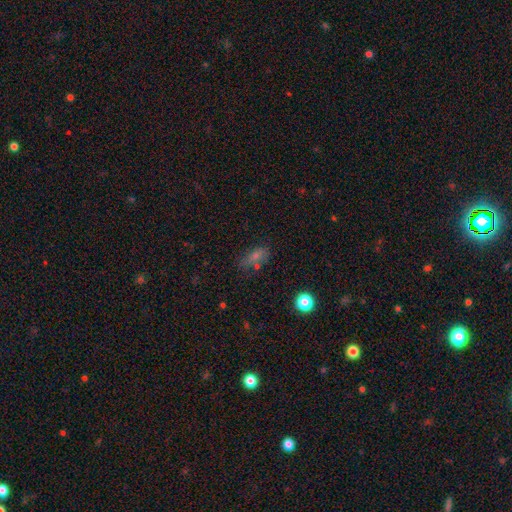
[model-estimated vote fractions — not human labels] A smooth galaxy with no disk features (57%) that is in between round and cigar-shaped (71%). Merging: none (64%).